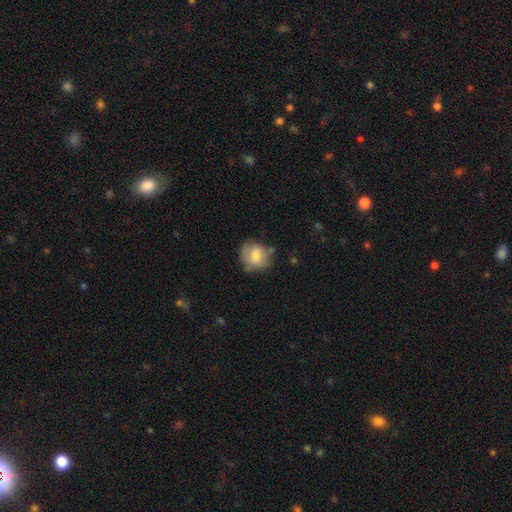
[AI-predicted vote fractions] Smooth or featured: smooth — 70% (featured or disk — 22%)
How rounded: round — 70% (in between — 29%)
Merging: none — 57% (minor disturbance — 29%)